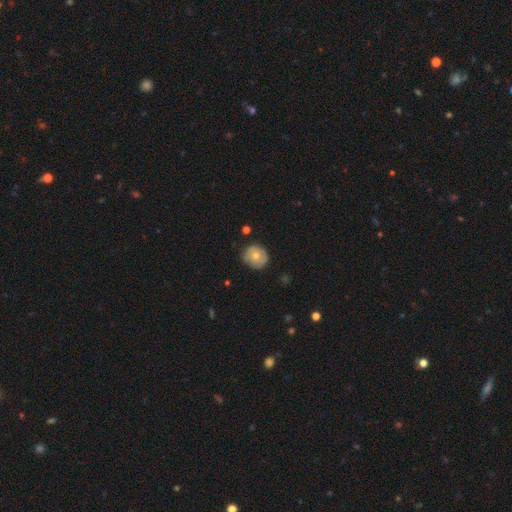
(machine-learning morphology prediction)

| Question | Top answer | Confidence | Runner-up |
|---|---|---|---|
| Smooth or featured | smooth | 64% | featured or disk (29%) |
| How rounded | round | 85% | in between (14%) |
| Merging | none | 77% | minor disturbance (18%) |